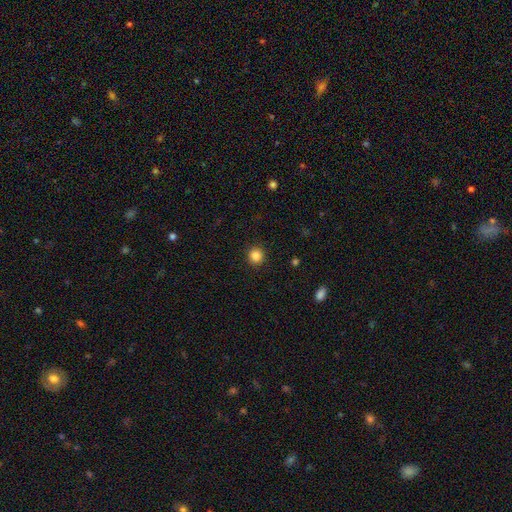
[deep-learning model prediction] Morphology: type=smooth (85%); roundness=round (94%); merging=none (92%).